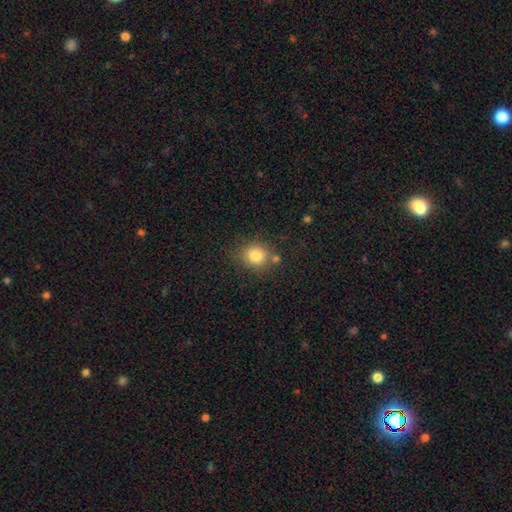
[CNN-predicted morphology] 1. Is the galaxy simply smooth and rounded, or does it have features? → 82% smooth, 11% star or artifact, 7% featured or disk.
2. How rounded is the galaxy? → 81% round, 18% in between, 1% cigar-shaped.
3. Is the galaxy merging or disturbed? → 72% none, 13% minor disturbance, 10% merger, 4% major disturbance.